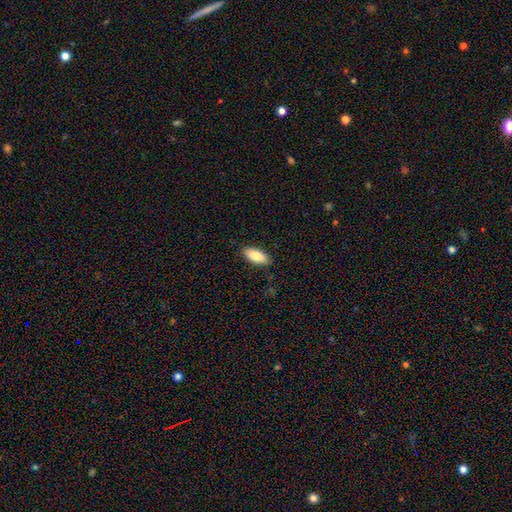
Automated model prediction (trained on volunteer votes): smooth 85%, featured or disk 9%, star or artifact 6%. Down the decision tree: how rounded — in between (87%); merging — none (88%).